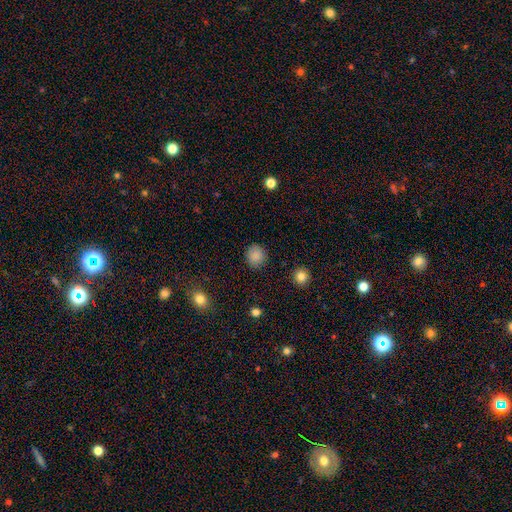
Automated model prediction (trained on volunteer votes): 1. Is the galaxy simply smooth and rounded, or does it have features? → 87% smooth, 9% star or artifact, 4% featured or disk.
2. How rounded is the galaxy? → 87% round, 12% in between, 1% cigar-shaped.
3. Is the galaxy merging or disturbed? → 89% none, 7% minor disturbance, 2% major disturbance, 1% merger.